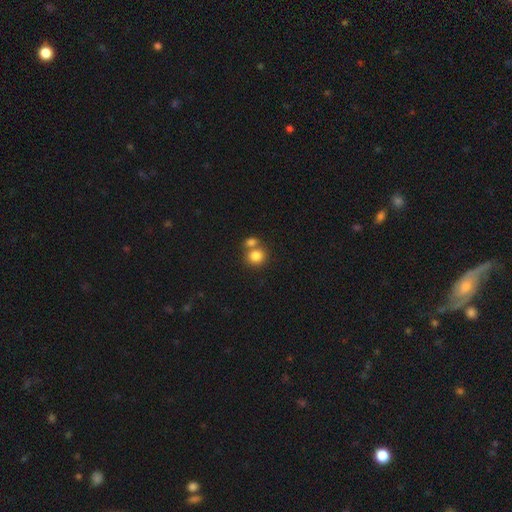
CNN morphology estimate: Q: Smooth or featured?
A: smooth (83%); runner-up: star or artifact (10%)
Q: How rounded?
A: round (80%); runner-up: in between (19%)
Q: Merging?
A: none (49%); runner-up: merger (41%)